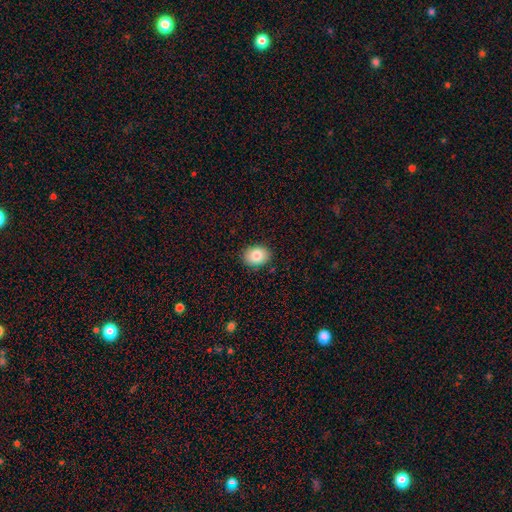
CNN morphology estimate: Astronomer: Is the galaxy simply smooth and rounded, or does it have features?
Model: smooth — 85%.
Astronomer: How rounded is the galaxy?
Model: in between — 61% (runner-up: round, 38%).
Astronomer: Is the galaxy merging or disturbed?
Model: none — 87%.